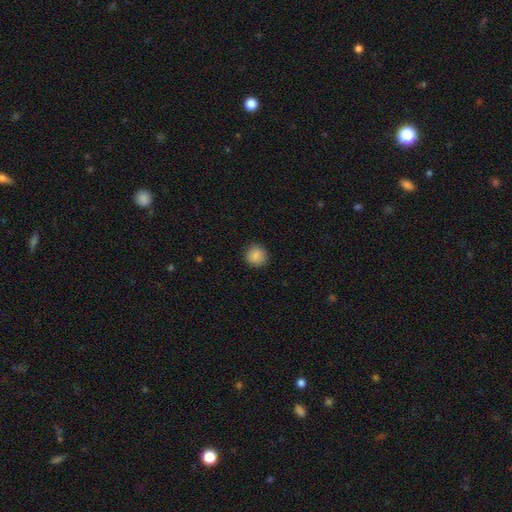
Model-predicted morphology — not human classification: Smooth or featured?
  - smooth: 87% *
  - star or artifact: 9%
  - featured or disk: 4%
How rounded?
  - round: 92% *
  - in between: 7%
  - cigar-shaped: 1%
Merging?
  - none: 90% *
  - minor disturbance: 7%
  - major disturbance: 2%
  - merger: 1%